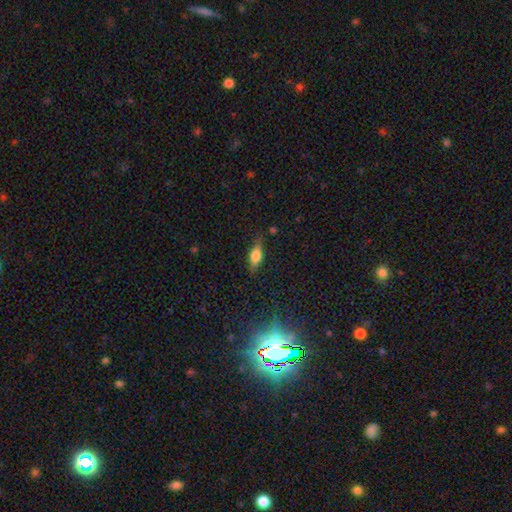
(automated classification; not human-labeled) Smooth or featured? Predicted: smooth (p=0.57). How rounded? Predicted: in between (p=0.67). Merging? Predicted: none (p=0.77).